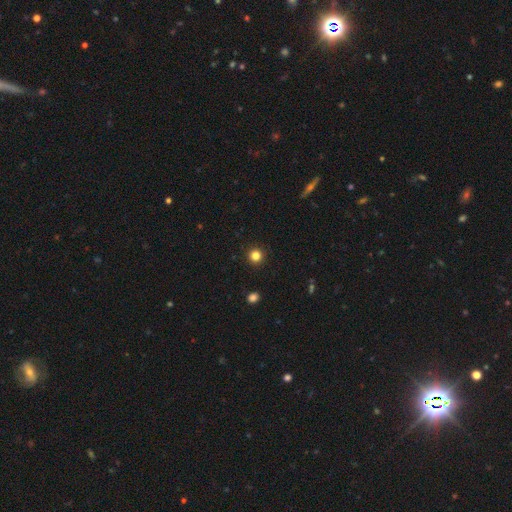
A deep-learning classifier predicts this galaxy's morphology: Smooth or featured?
  - smooth: 83% *
  - star or artifact: 13%
  - featured or disk: 4%
How rounded?
  - round: 95% *
  - in between: 4%
  - cigar-shaped: 1%
Merging?
  - none: 93% *
  - minor disturbance: 4%
  - major disturbance: 2%
  - merger: 1%